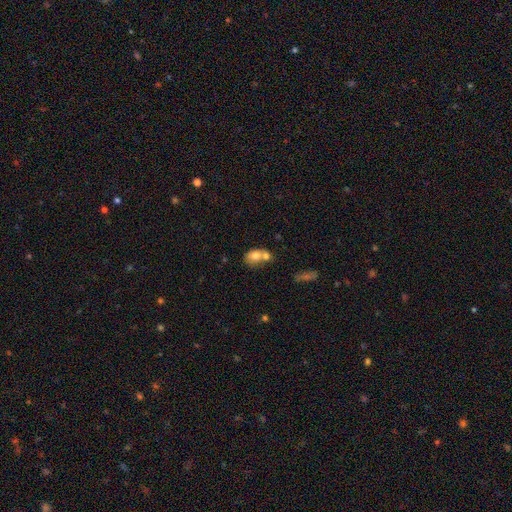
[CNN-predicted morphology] Q: Smooth or featured?
A: smooth (72%); runner-up: featured or disk (19%)
Q: How rounded?
A: in between (59%); runner-up: round (40%)
Q: Merging?
A: merger (62%); runner-up: none (24%)